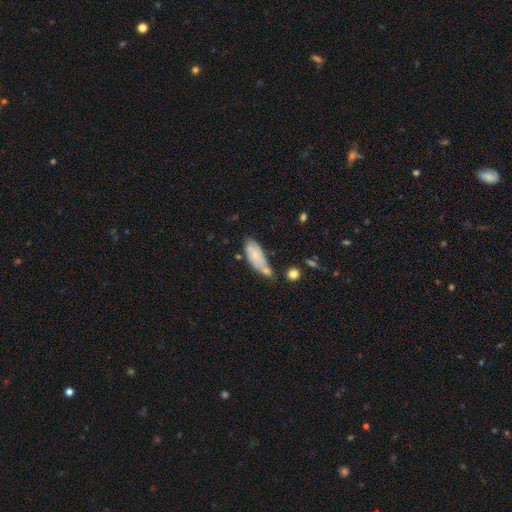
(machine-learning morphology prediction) Smooth or featured? smooth (63%)
How rounded? in between (76%)
Merging? none (41%)